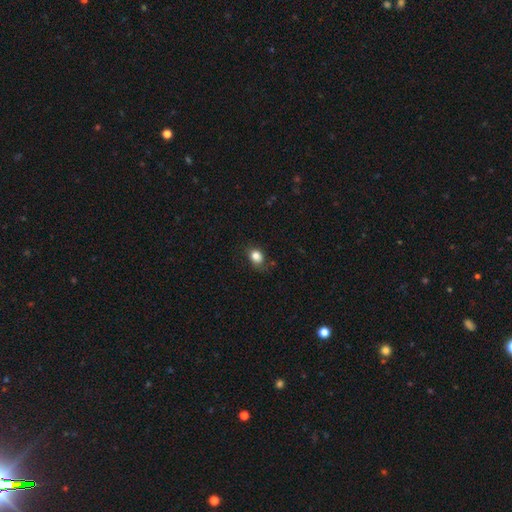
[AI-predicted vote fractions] This appears to be a smooth galaxy with no disk features (84%) that is round (50%). Merging: none (70%).